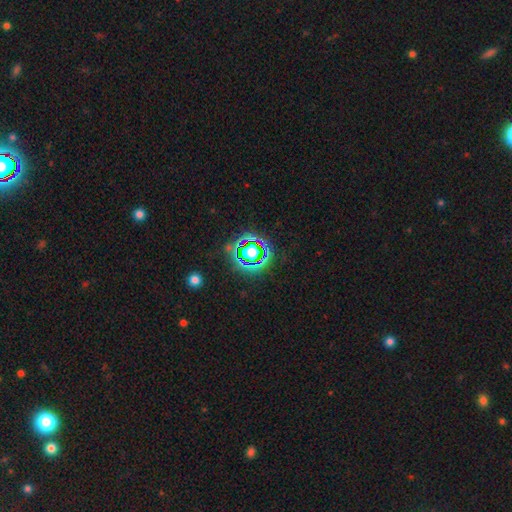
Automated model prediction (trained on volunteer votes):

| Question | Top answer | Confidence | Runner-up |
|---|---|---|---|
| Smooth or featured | star or artifact | 75% | smooth (16%) |